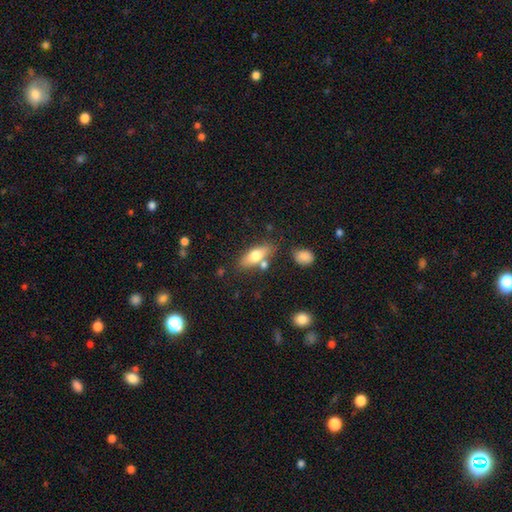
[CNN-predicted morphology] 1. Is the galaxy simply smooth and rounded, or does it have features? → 70% smooth, 23% featured or disk, 7% star or artifact.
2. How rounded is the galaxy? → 72% in between, 24% cigar-shaped, 4% round.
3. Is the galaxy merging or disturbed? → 70% none, 14% minor disturbance, 12% merger, 4% major disturbance.